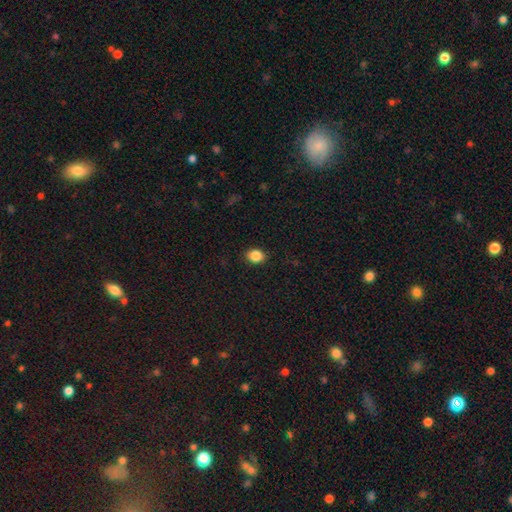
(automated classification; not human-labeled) Smooth or featured? Predicted: smooth (p=0.87). How rounded? Predicted: round (p=0.56). Merging? Predicted: none (p=0.89).